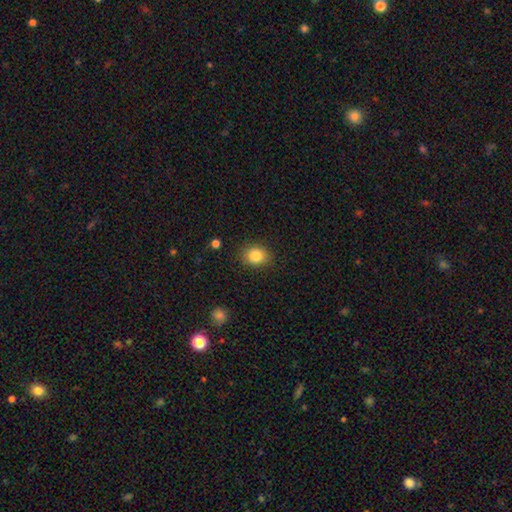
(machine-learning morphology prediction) type=smooth (85%); roundness=round (60%); merging=none (86%).